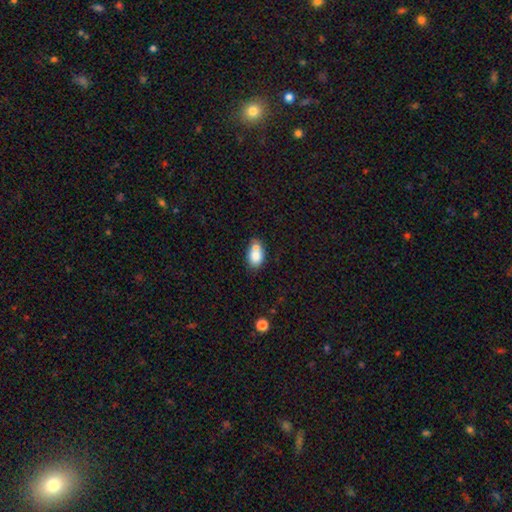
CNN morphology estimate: smooth-or-featured: smooth: 77% | featured or disk: 15% | star or artifact: 9%
  how-rounded: in between: 80% | round: 18% | cigar-shaped: 2%
  merging: merger: 41% | none: 40% | minor disturbance: 15% | major disturbance: 5%